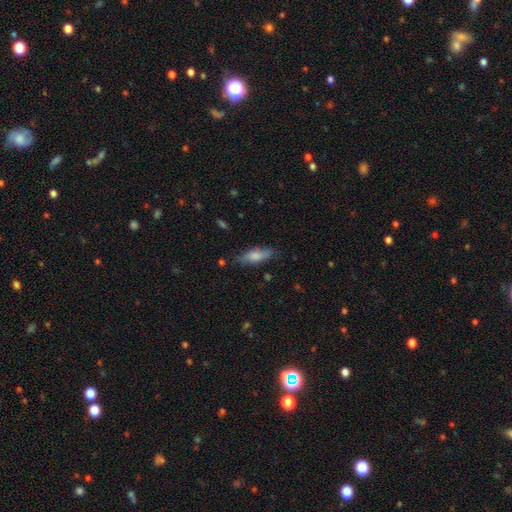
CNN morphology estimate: A smooth galaxy with no disk features (72%) that is in between round and cigar-shaped (60%).

Vote fractions:
- Smooth or featured? smooth: 72% / featured or disk: 21% / star or artifact: 7%
- How rounded? in between: 60% / cigar-shaped: 37% / round: 2%
- Merging? none: 73% / minor disturbance: 20% / major disturbance: 4% / merger: 2%